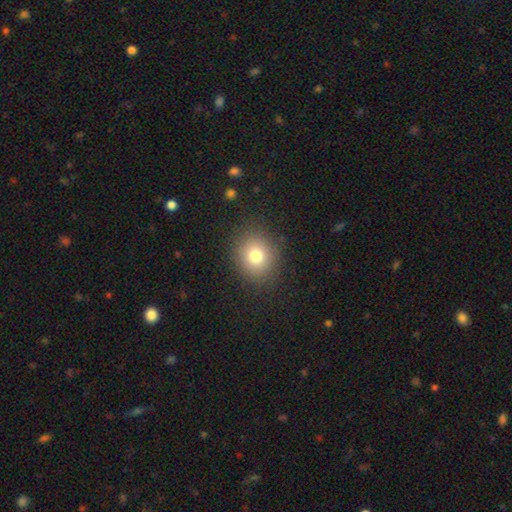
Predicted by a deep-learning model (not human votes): This appears to be a smooth galaxy with no disk features (77%) that is round (75%). Merging: none (87%).